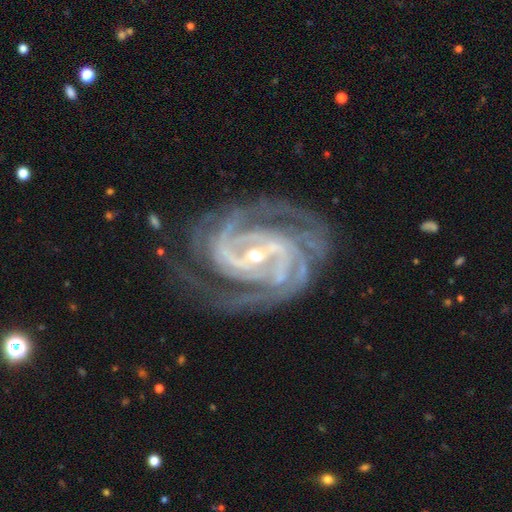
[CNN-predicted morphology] The model was most divided on "spiral arm count" (2-way tie): 2: 28%, 3: 28%, 4: 19%, can't tell: 11%, more than 4: 8%, 1: 7%. More confident: spiral arms — yes (99%); edge-on disk — no (98%); smooth or featured — featured or disk (94%); merging — none (70%); spiral winding — tight (62%); bulge size — small (57%); bar — strong (50%).